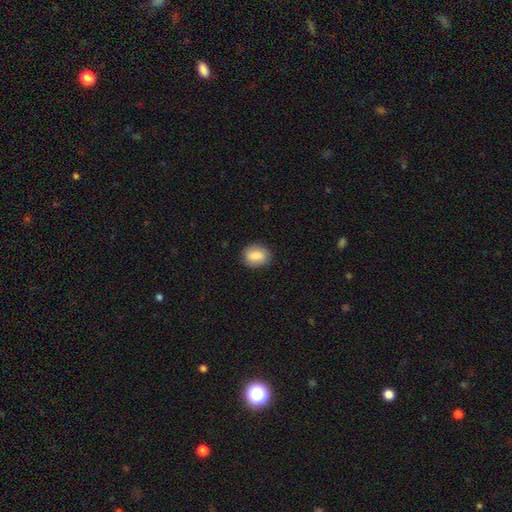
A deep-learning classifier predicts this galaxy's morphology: smooth 83%, featured or disk 10%, star or artifact 7%. Down the decision tree: how rounded — in between (54%); merging — none (85%).